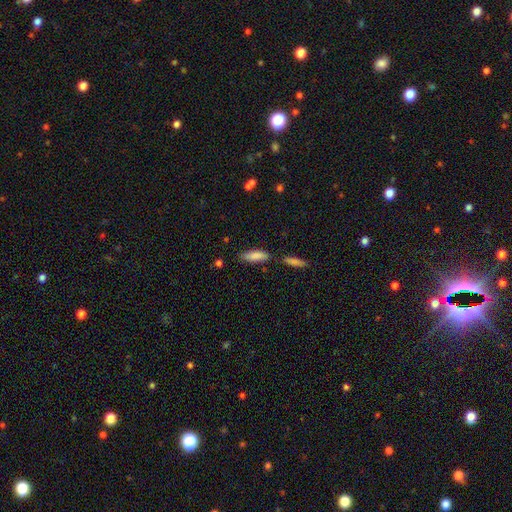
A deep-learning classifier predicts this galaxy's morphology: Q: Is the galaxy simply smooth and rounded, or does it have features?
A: smooth — 84%.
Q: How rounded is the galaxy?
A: in between — 50%.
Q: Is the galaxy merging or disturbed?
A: none — 73%.